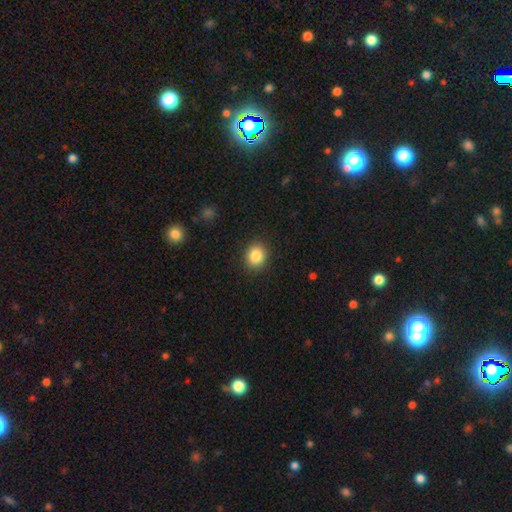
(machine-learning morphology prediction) Q: Smooth or featured?
A: smooth (86%); runner-up: star or artifact (9%)
Q: How rounded?
A: round (67%); runner-up: in between (33%)
Q: Merging?
A: none (90%); runner-up: minor disturbance (7%)